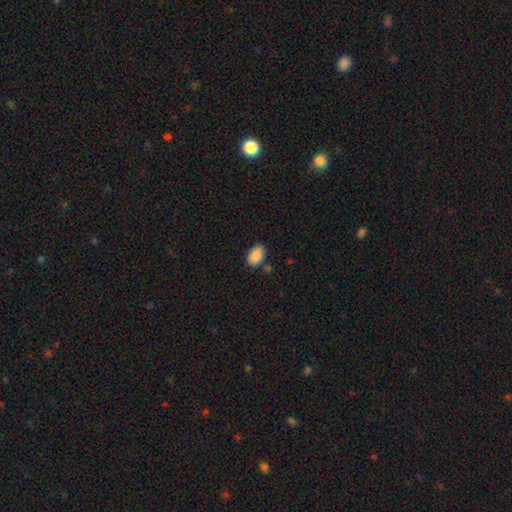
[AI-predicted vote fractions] A smooth galaxy with no disk features (89%) that is in between round and cigar-shaped (88%). Merging: none (79%).